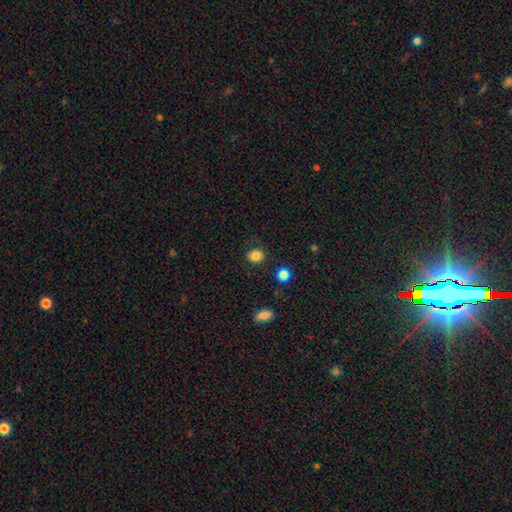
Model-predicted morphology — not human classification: Q: Smooth or featured?
A: smooth (82%); runner-up: star or artifact (12%)
Q: How rounded?
A: round (77%); runner-up: in between (22%)
Q: Merging?
A: none (83%); runner-up: minor disturbance (12%)